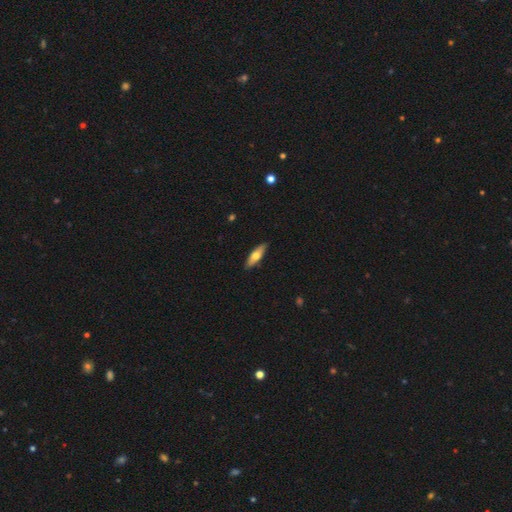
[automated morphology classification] Smooth or featured: smooth — 60% (featured or disk — 35%)
How rounded: cigar-shaped — 52% (in between — 46%)
Merging: none — 89% (minor disturbance — 8%)